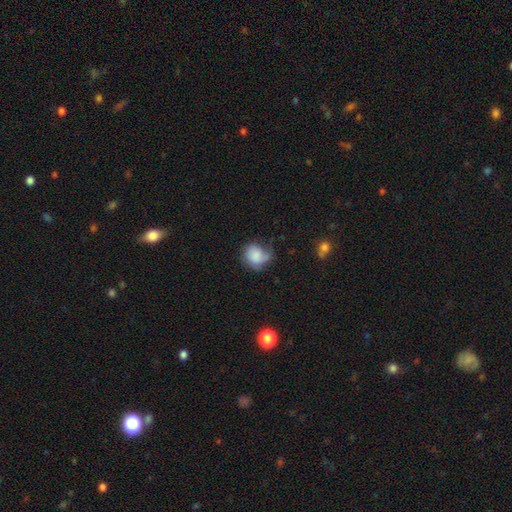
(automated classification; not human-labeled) This is likely a smooth galaxy (72%). How rounded: likely round (66%). Merging: marginally none (40%).